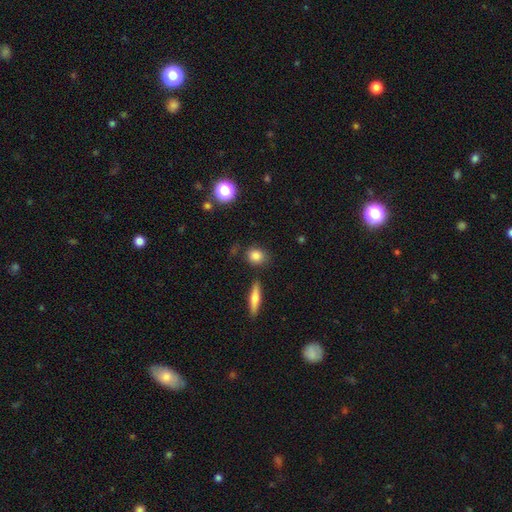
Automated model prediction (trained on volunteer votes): A smooth galaxy with no disk features (83%) that is round (65%).

Vote fractions:
- Smooth or featured? smooth: 83% / star or artifact: 9% / featured or disk: 8%
- How rounded? round: 65% / in between: 31% / cigar-shaped: 4%
- Merging? none: 81% / minor disturbance: 12% / merger: 5% / major disturbance: 3%